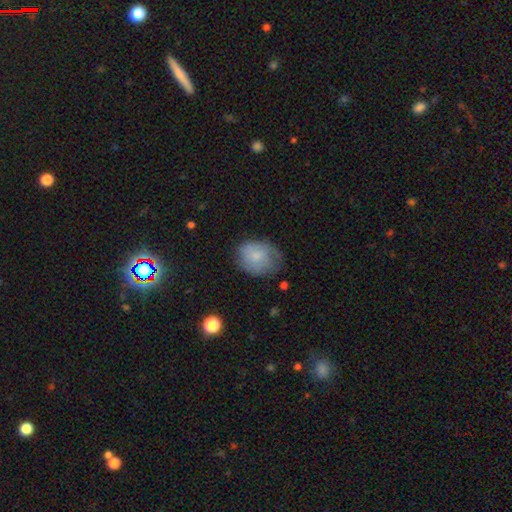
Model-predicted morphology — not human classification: A smooth galaxy with no disk features (68%) that is round (51%).

Vote fractions:
- Smooth or featured? smooth: 68% / featured or disk: 24% / star or artifact: 8%
- How rounded? round: 51% / in between: 48% / cigar-shaped: 1%
- Merging? none: 54% / minor disturbance: 31% / major disturbance: 13% / merger: 2%